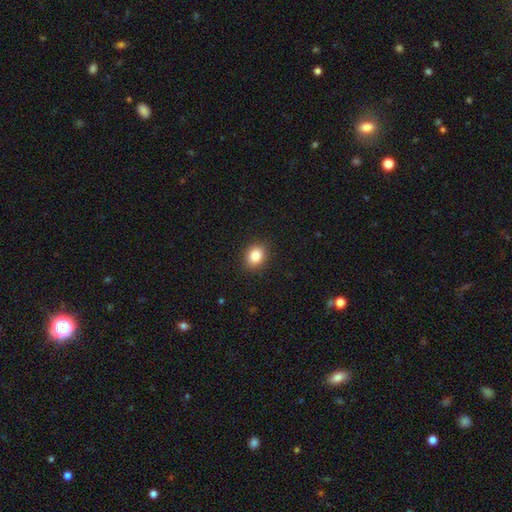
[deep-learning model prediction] Smooth or featured? smooth (85%)
How rounded? round (53%)
Merging? none (90%)